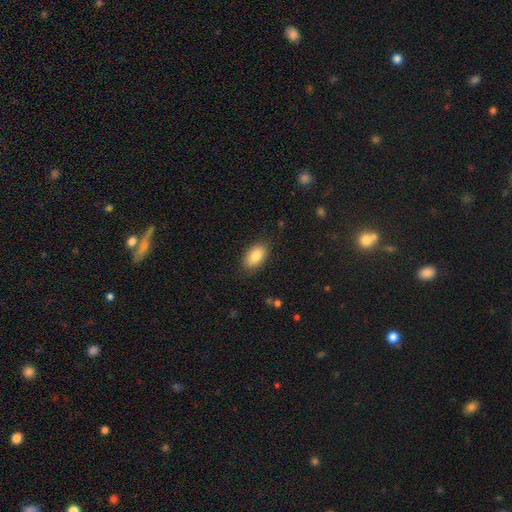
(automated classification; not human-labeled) Smooth or featured? smooth (81%)
How rounded? in between (92%)
Merging? none (84%)